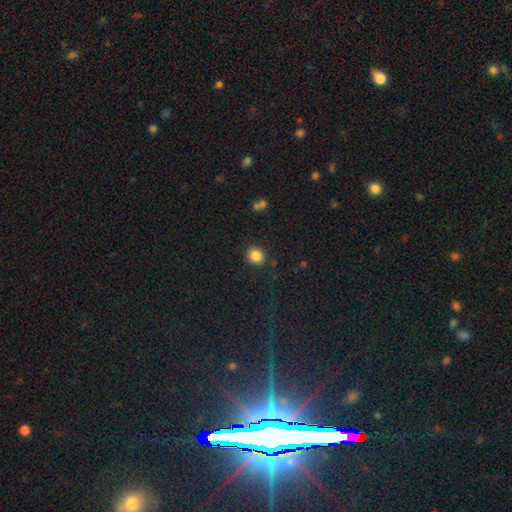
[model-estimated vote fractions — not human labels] Smooth or featured? Predicted: smooth (p=0.86). How rounded? Predicted: round (p=0.81). Merging? Predicted: none (p=0.87).